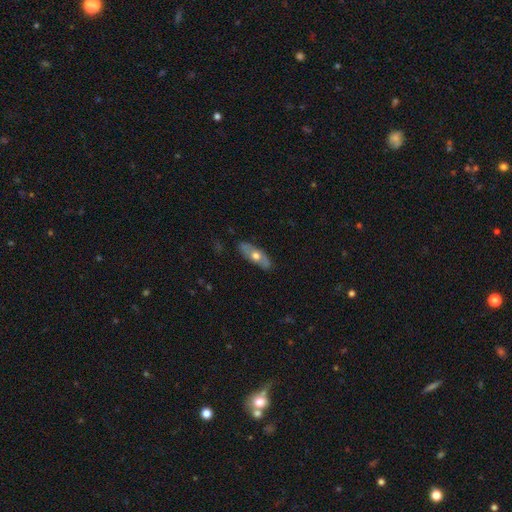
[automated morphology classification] Smooth or featured?
  - smooth: 48% *
  - featured or disk: 46%
  - star or artifact: 6%
Merging?
  - none: 85% *
  - minor disturbance: 12%
  - major disturbance: 2%
  - merger: 1%